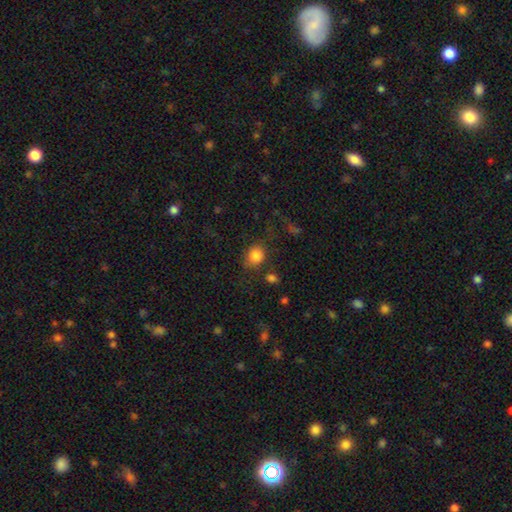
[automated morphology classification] Smooth or featured: smooth — 83% (star or artifact — 10%)
How rounded: round — 67% (in between — 32%)
Merging: none — 71% (minor disturbance — 16%)